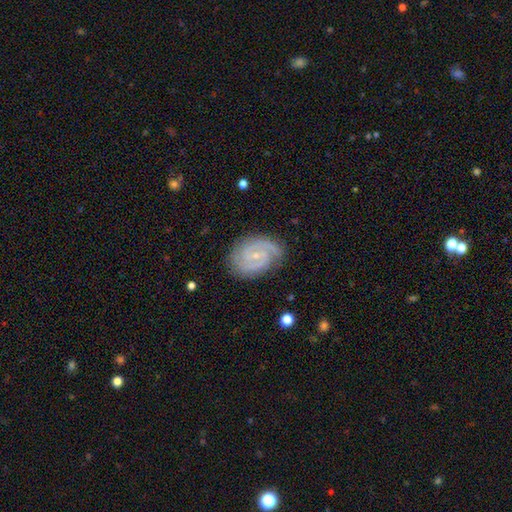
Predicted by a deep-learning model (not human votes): This is clearly a featured or disk galaxy (90%). It is clearly not viewed edge-on (98%). Bar: possibly no (52%). Spiral arm pattern: clearly yes (98%). Spiral arm count: likely 2 (68%). Spiral winding: possibly tight (60%). Central bulge: likely small (78%). Merging: clearly none (81%).